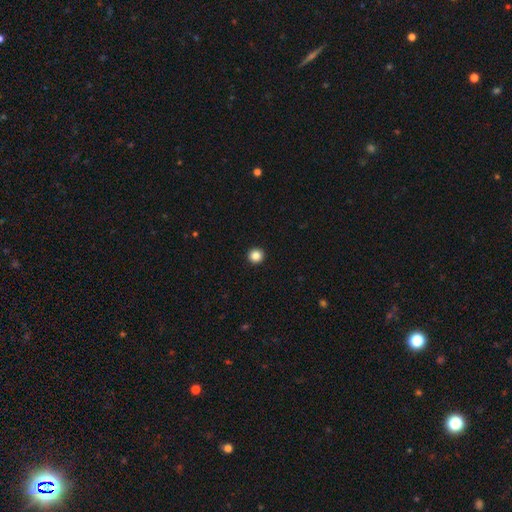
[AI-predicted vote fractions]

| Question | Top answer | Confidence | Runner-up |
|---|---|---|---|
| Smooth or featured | smooth | 86% | star or artifact (10%) |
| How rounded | round | 96% | in between (3%) |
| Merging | none | 94% | minor disturbance (3%) |